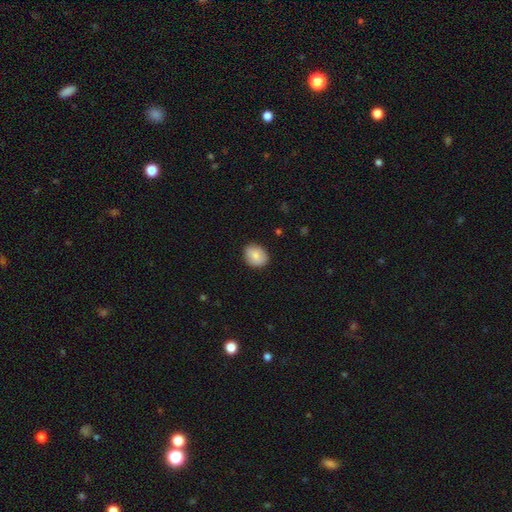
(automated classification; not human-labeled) Smooth or featured?
  - smooth: 83% *
  - featured or disk: 10%
  - star or artifact: 7%
How rounded?
  - round: 53% *
  - in between: 46%
  - cigar-shaped: 1%
Merging?
  - none: 86% *
  - minor disturbance: 11%
  - major disturbance: 2%
  - merger: 1%